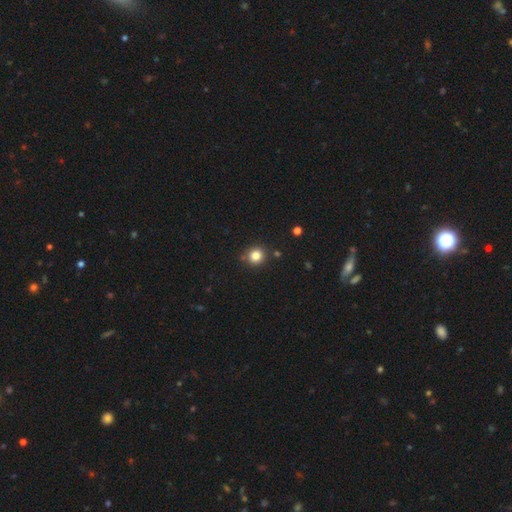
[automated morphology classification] This is clearly a smooth galaxy (83%). How rounded: clearly round (90%). Merging: clearly none (83%).